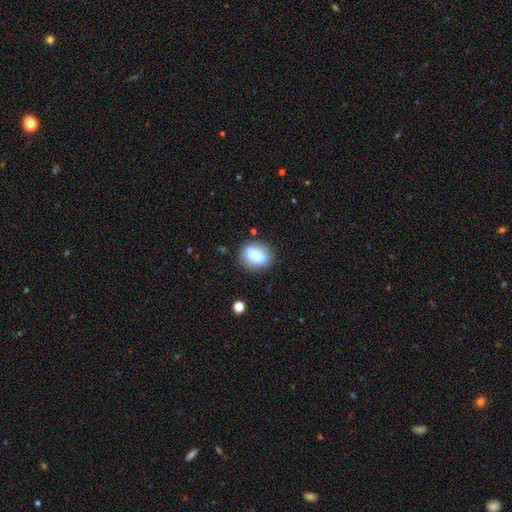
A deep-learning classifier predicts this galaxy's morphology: This is likely a smooth galaxy (77%). How rounded: possibly in between (56%). Merging: clearly none (81%).